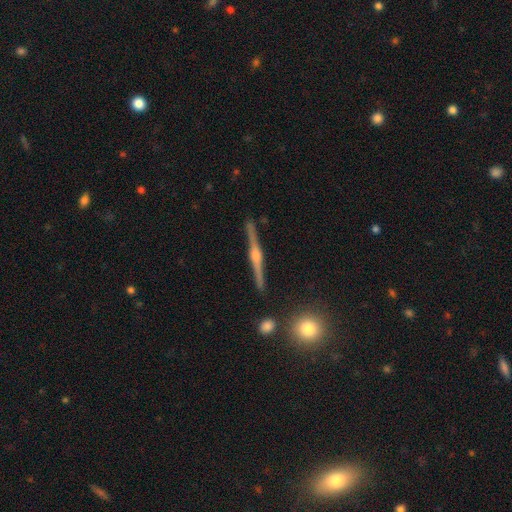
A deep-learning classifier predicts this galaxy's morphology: Smooth or featured: featured or disk — 85% (smooth — 9%)
Edge-on disk: yes — 98% (no — 2%)
Edge-on bulge: rounded — 89% (none — 6%)
Merging: none — 89% (minor disturbance — 7%)